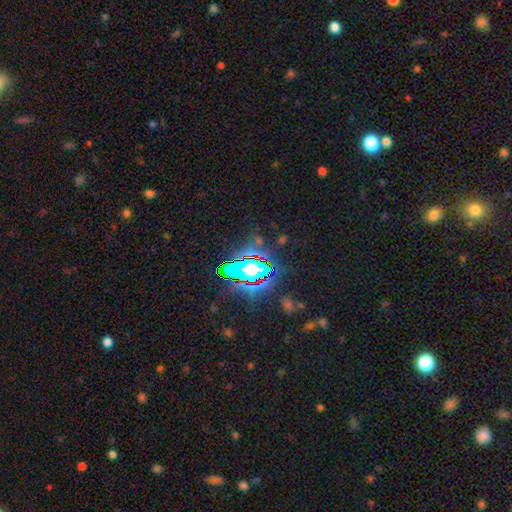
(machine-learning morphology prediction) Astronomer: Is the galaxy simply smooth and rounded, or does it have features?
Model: star or artifact — 83%.